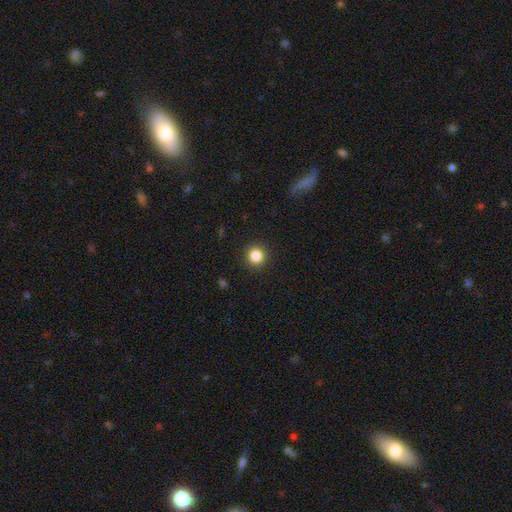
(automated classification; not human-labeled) Q: Smooth or featured?
A: smooth (85%); runner-up: star or artifact (11%)
Q: How rounded?
A: round (94%); runner-up: in between (5%)
Q: Merging?
A: none (92%); runner-up: minor disturbance (5%)